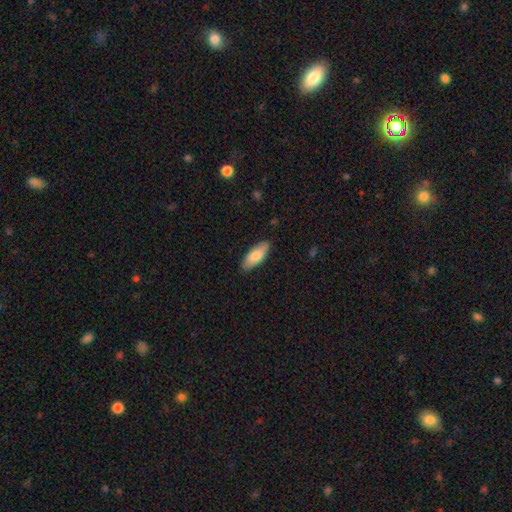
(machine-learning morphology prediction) A smooth galaxy with no disk features (80%) that is in between round and cigar-shaped (75%).

Vote fractions:
- Smooth or featured? smooth: 80% / featured or disk: 14% / star or artifact: 5%
- How rounded? in between: 75% / cigar-shaped: 23% / round: 2%
- Merging? none: 87% / minor disturbance: 10% / major disturbance: 2% / merger: 1%